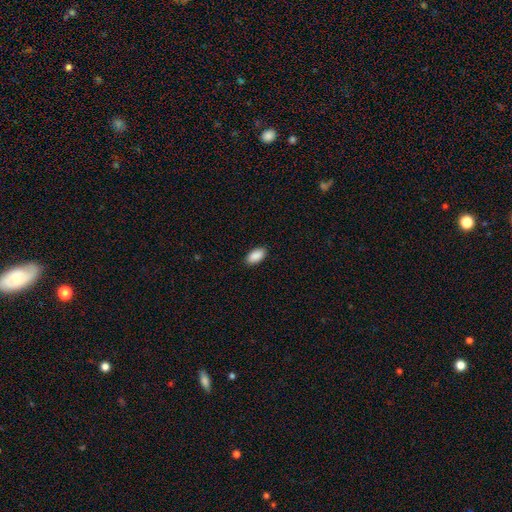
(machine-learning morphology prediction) Smooth or featured? smooth (91%)
How rounded? in between (94%)
Merging? none (90%)